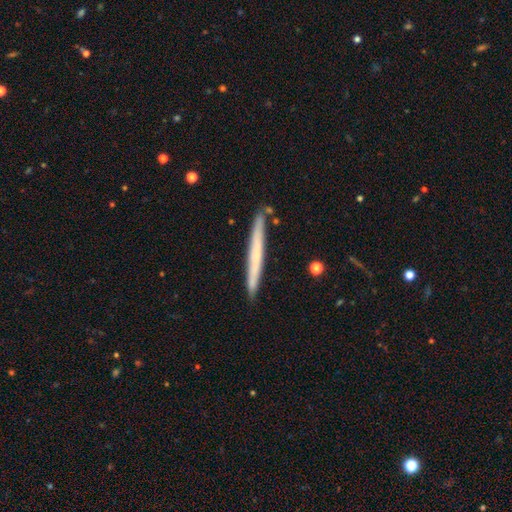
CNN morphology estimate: Overall: smooth (50%; featured or disk 44%). Merging: none (88%).